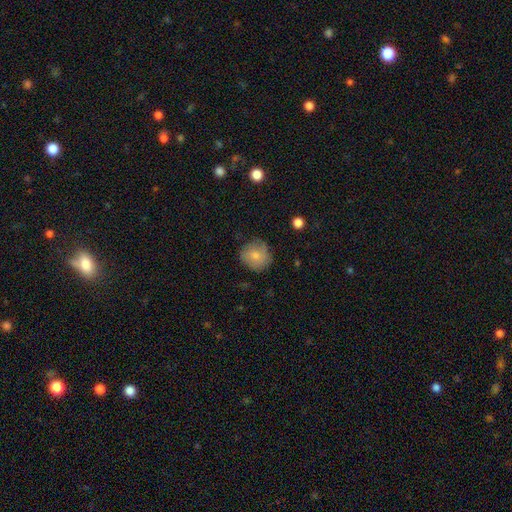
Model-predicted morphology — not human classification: Smooth or featured? Predicted: smooth (p=0.75). How rounded? Predicted: round (p=0.87). Merging? Predicted: none (p=0.72).